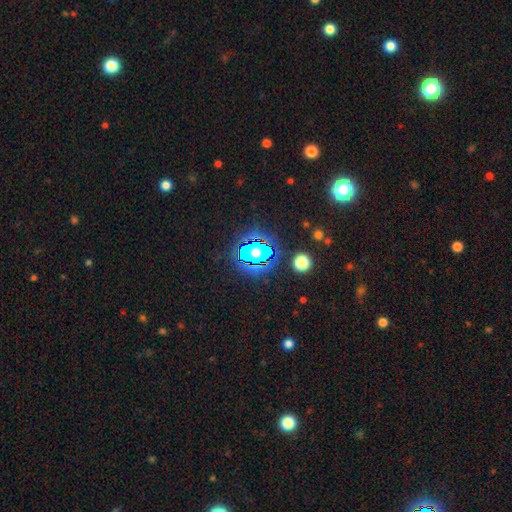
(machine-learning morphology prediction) Overall: star or artifact (77%).